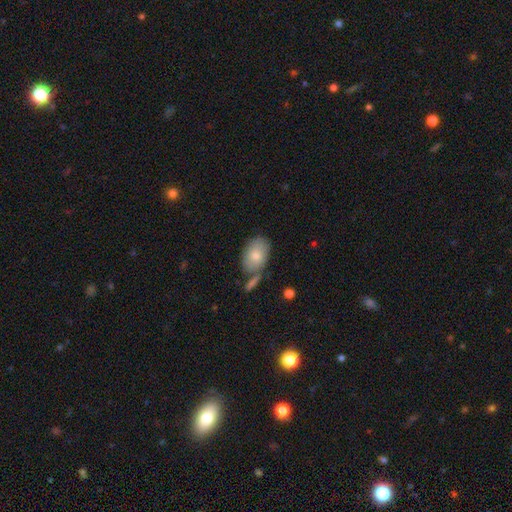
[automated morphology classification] Smooth or featured?
  - smooth: 79% *
  - featured or disk: 15%
  - star or artifact: 6%
How rounded?
  - in between: 88% *
  - round: 10%
  - cigar-shaped: 1%
Merging?
  - none: 64% *
  - minor disturbance: 17%
  - merger: 14%
  - major disturbance: 5%